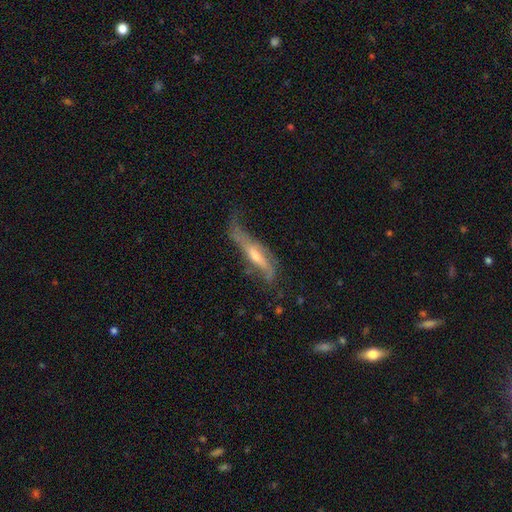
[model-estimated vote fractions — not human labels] This appears to be a featured or disk galaxy (64%) viewed edge-on (54%). Merging: none (35%).